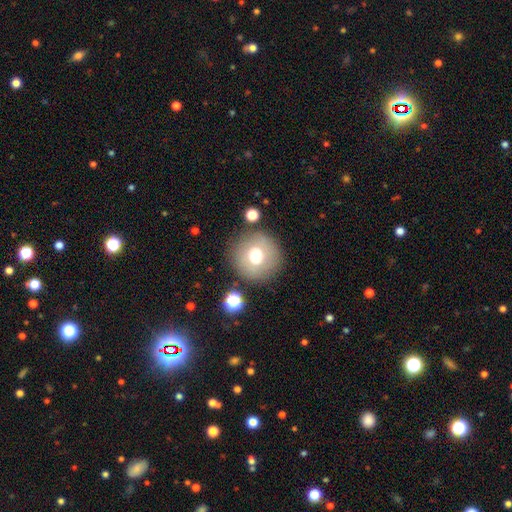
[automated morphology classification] Q: Smooth or featured?
A: smooth (68%); runner-up: featured or disk (21%)
Q: How rounded?
A: round (95%); runner-up: in between (4%)
Q: Merging?
A: none (84%); runner-up: minor disturbance (9%)